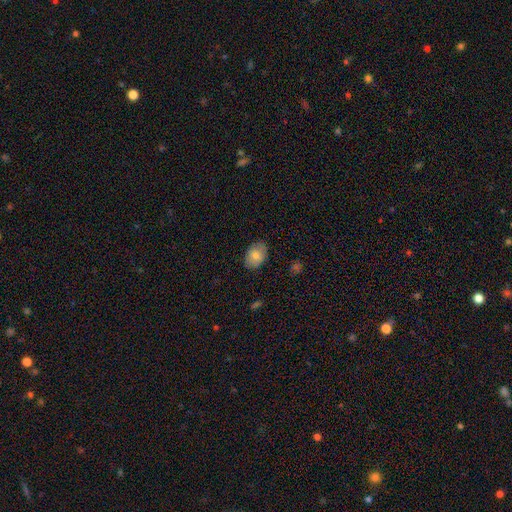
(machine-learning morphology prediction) A smooth galaxy with no disk features (80%) that is in between round and cigar-shaped (82%).

Vote fractions:
- Smooth or featured? smooth: 80% / featured or disk: 12% / star or artifact: 7%
- How rounded? in between: 82% / round: 17% / cigar-shaped: 1%
- Merging? none: 83% / minor disturbance: 13% / major disturbance: 3% / merger: 1%